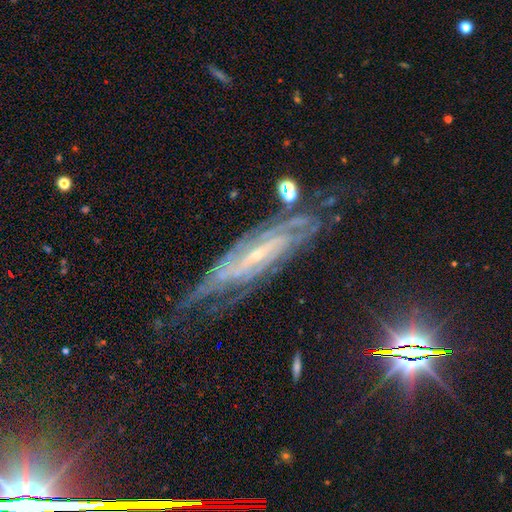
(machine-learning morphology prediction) A featured or disk galaxy (83%) with a weak bar (37%), tight (55%) spiral arms (94%) and a small central bulge (79%). Merging: none (62%).